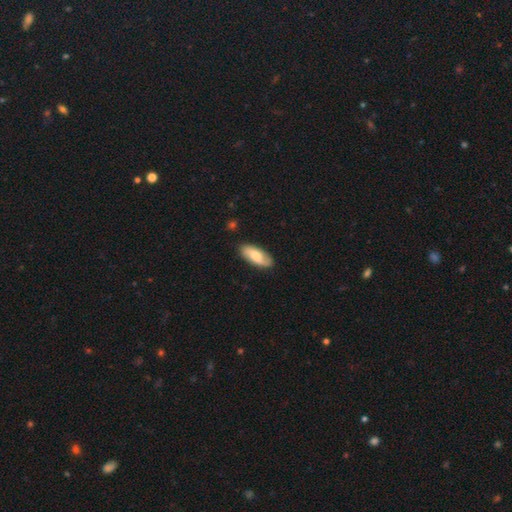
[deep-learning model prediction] smooth_or_featured: smooth (p=0.64) [alt: featured or disk p=0.30]
how_rounded: in between (p=0.83) [alt: cigar-shaped p=0.15]
merging: none (p=0.84) [alt: minor disturbance p=0.12]